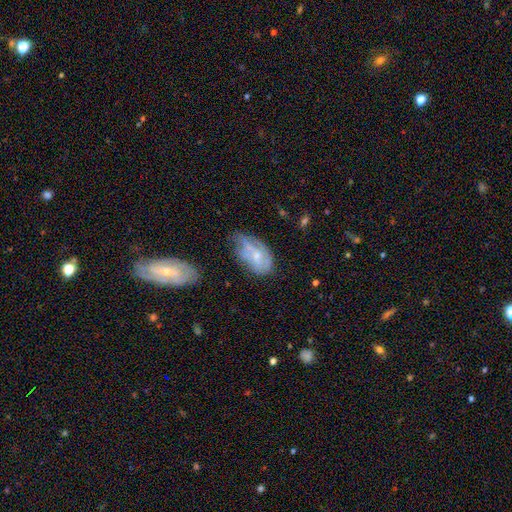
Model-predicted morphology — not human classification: Smooth or featured?
  - featured or disk: 57% *
  - smooth: 35%
  - star or artifact: 8%
Edge-on disk?
  - no: 94% *
  - yes: 6%
Bar?
  - no: 64% *
  - weak: 30%
  - strong: 6%
Spiral arms?
  - yes: 65% *
  - no: 35%
Bulge size?
  - small: 58% *
  - moderate: 32%
  - none: 7%
  - large: 2%
  - dominant: 1%
Merging?
  - none: 38% *
  - minor disturbance: 35%
  - major disturbance: 21%
  - merger: 6%